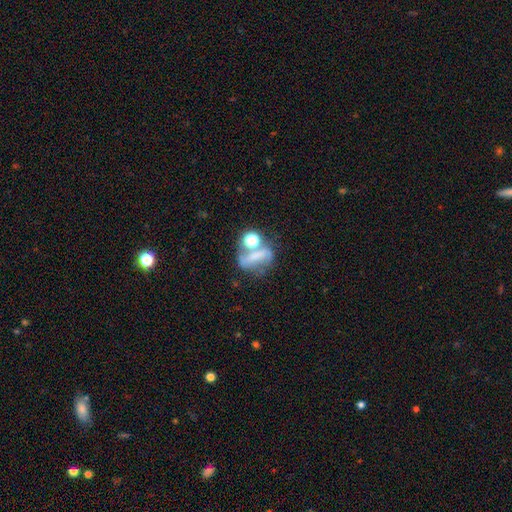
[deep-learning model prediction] smooth-or-featured: smooth: 44% | featured or disk: 36% | star or artifact: 20%
  merging: merger: 33% | none: 31% | major disturbance: 20% | minor disturbance: 16%